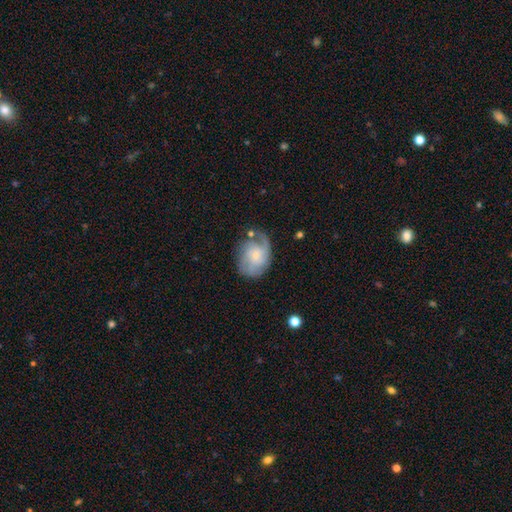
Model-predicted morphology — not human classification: This is likely a featured or disk galaxy (63%). It is clearly not viewed edge-on (97%). Bar: likely no (69%). Spiral arm pattern: clearly yes (89%). Spiral arm count: marginally can't tell (30%). Spiral winding: marginally medium (41%). Central bulge: possibly small (55%). Merging: possibly none (53%).